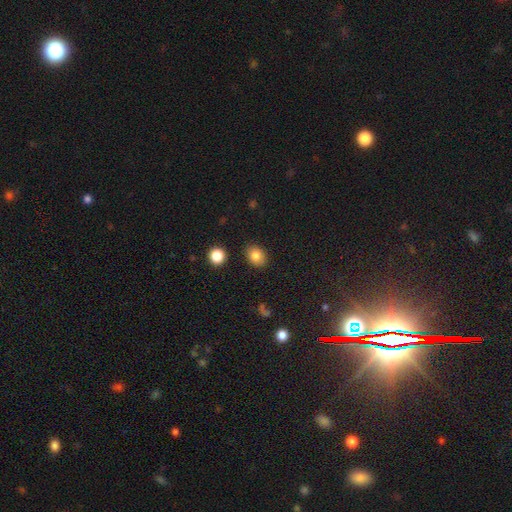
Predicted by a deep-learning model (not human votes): This is clearly a smooth galaxy (82%). How rounded: likely in between (60%). Merging: clearly none (87%).